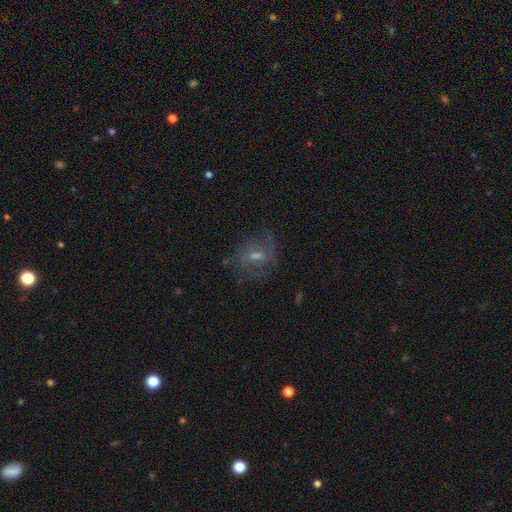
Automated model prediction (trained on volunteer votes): Smooth or featured: featured or disk — 49% (smooth — 38%)
Merging: none — 58% (minor disturbance — 21%)